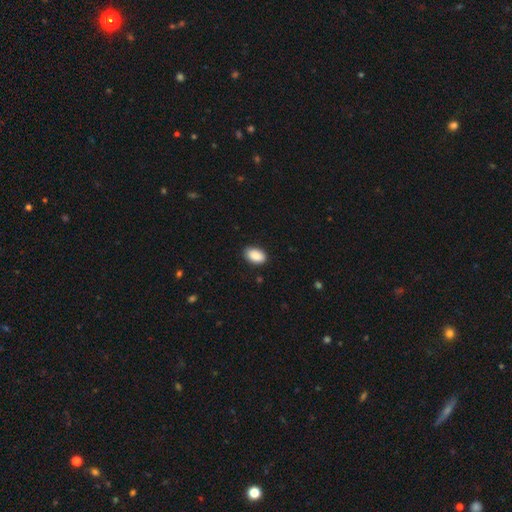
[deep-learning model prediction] Overall: smooth (90%). How rounded: in between (92%). Merging: none (88%).